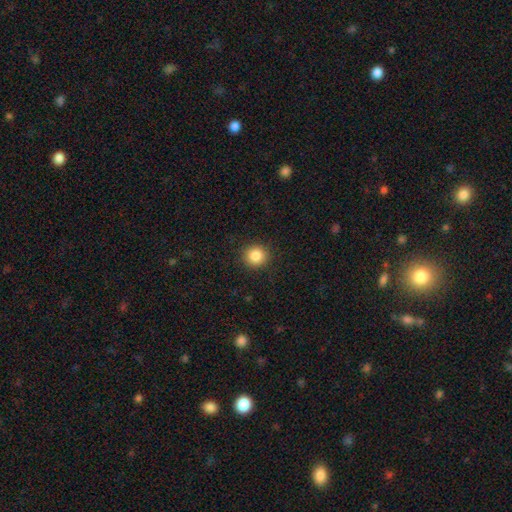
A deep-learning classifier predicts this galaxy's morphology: A smooth galaxy with no disk features (85%) that is round (92%). Merging: none (91%).